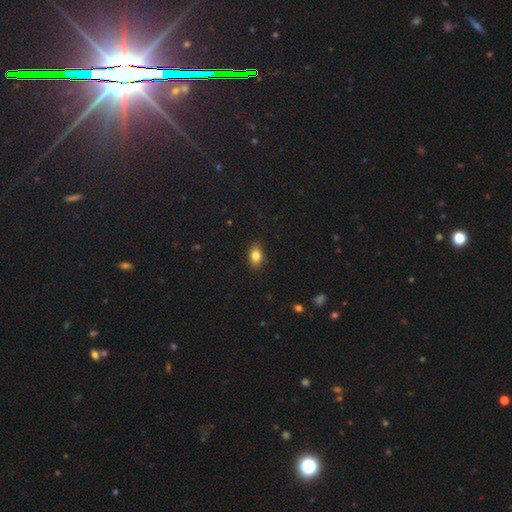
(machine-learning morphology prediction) smooth-or-featured: smooth: 83% | star or artifact: 9% | featured or disk: 8%
  how-rounded: in between: 84% | round: 14% | cigar-shaped: 2%
  merging: none: 88% | minor disturbance: 9% | major disturbance: 2% | merger: 1%